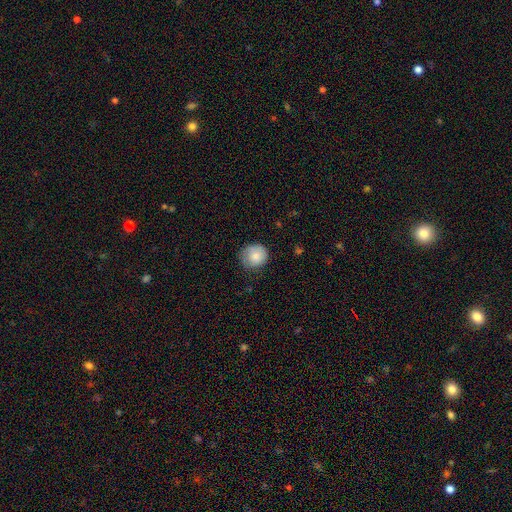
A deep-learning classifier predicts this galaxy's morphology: smooth 81%, featured or disk 12%, star or artifact 8%. Down the decision tree: how rounded — round (84%); merging — none (69%).